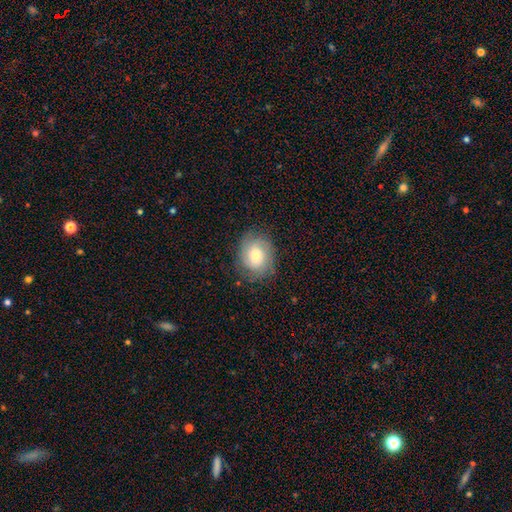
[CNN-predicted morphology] smooth_or_featured: smooth (p=0.53) [alt: featured or disk p=0.38]
how_rounded: round (p=0.57) [alt: in between p=0.42]
merging: none (p=0.77) [alt: minor disturbance p=0.16]